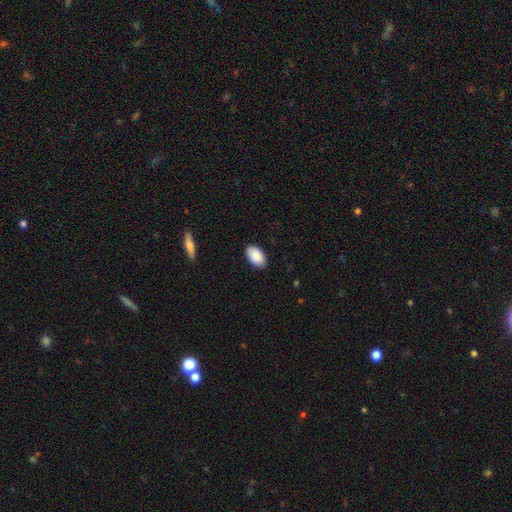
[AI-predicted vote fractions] A smooth galaxy with no disk features (91%) that is in between round and cigar-shaped (94%). Merging: none (88%).